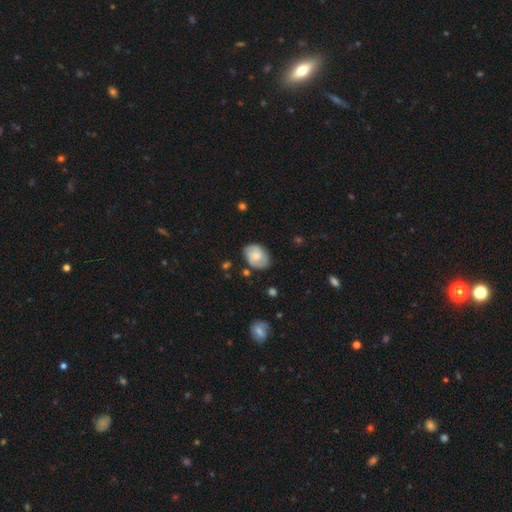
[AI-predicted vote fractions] This appears to be a smooth galaxy with no disk features (48%). Merging: none (74%).